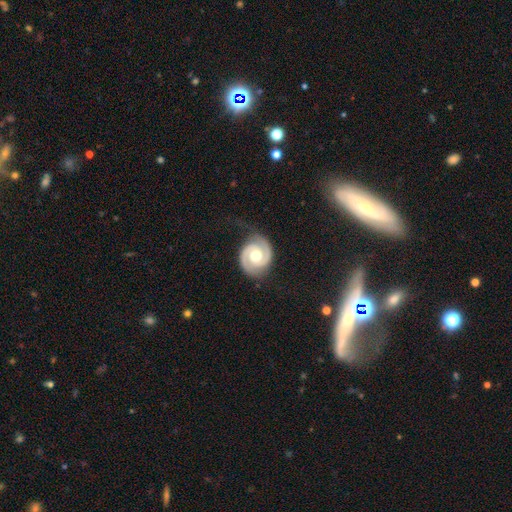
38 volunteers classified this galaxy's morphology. Volunteers were most divided on "spiral winding": tight: 52%, medium: 45%, loose: 3%. More confident: edge-on disk — no (100%); spiral arm count — 2 (100%); spiral arms — yes (97%); smooth or featured — featured or disk (89%); bulge size — moderate (76%); merging — none (73%); bar — no (53%).